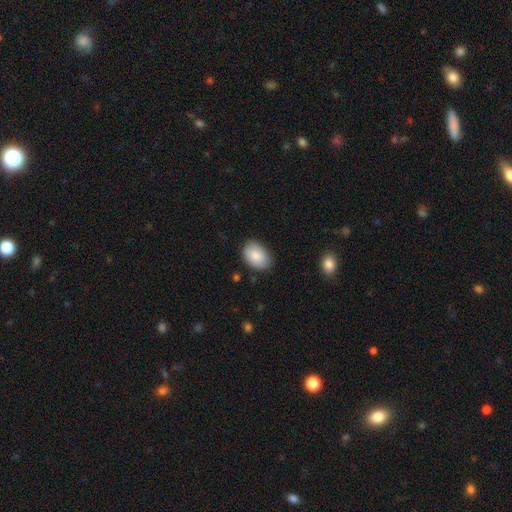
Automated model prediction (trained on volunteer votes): Smooth or featured: smooth — 86% (featured or disk — 8%)
How rounded: in between — 86% (round — 13%)
Merging: none — 82% (minor disturbance — 14%)